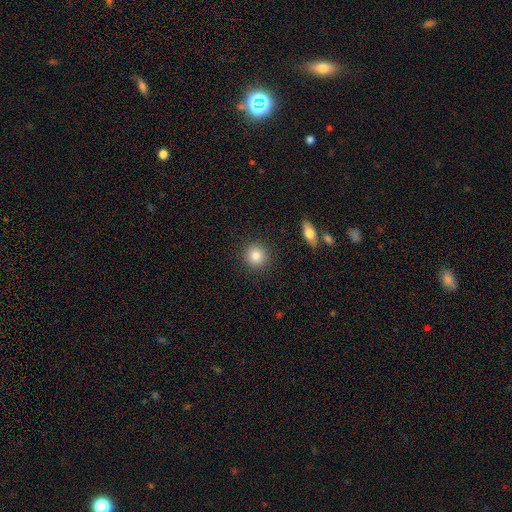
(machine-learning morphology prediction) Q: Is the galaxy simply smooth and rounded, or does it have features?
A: smooth — 83%.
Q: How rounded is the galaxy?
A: round — 92%.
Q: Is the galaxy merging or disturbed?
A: none — 90%.